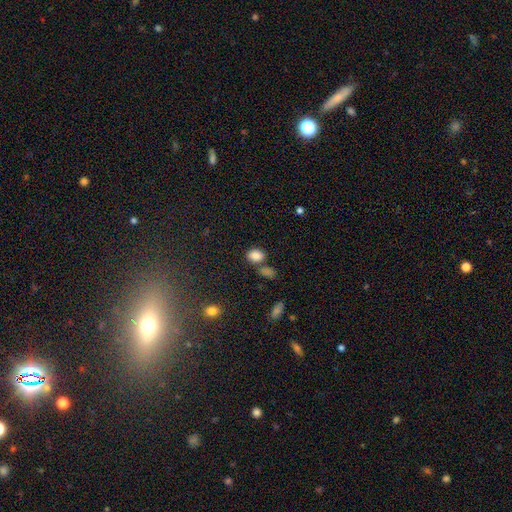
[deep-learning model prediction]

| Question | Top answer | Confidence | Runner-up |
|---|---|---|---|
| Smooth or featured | smooth | 84% | star or artifact (10%) |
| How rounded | in between | 72% | round (26%) |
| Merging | none | 64% | merger (17%) |